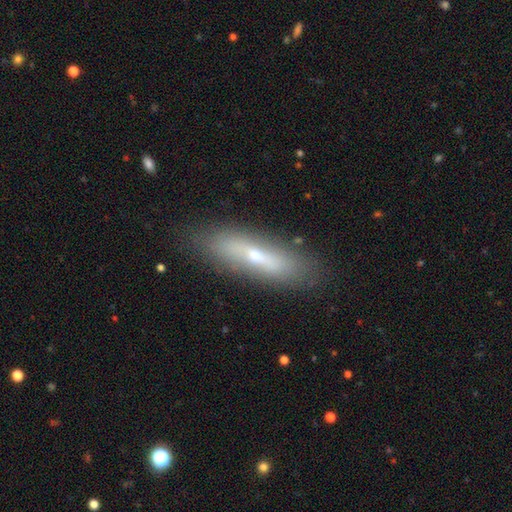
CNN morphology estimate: This is possibly a featured or disk galaxy (49%). Merging: clearly none (83%).